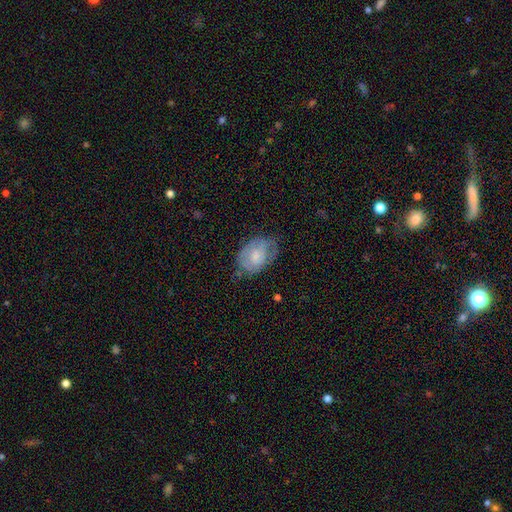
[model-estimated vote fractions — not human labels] Overall: smooth (56%; featured or disk 37%). How rounded: in between (82%). Merging: none (54%; minor disturbance 32%).